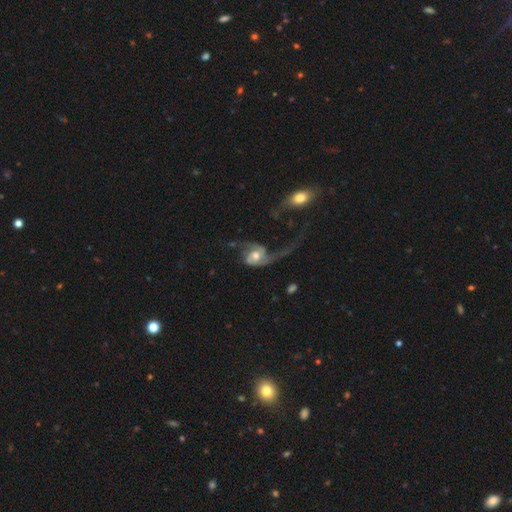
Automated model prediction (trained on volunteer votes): The model was most divided on "merging": major disturbance: 48%, none: 28%, minor disturbance: 13%, merger: 10%. More confident: edge-on disk — no (97%); spiral arms — yes (91%); smooth or featured — featured or disk (78%); spiral arm count — 2 (73%); spiral winding — loose (70%); bulge size — moderate (66%); bar — no (61%).